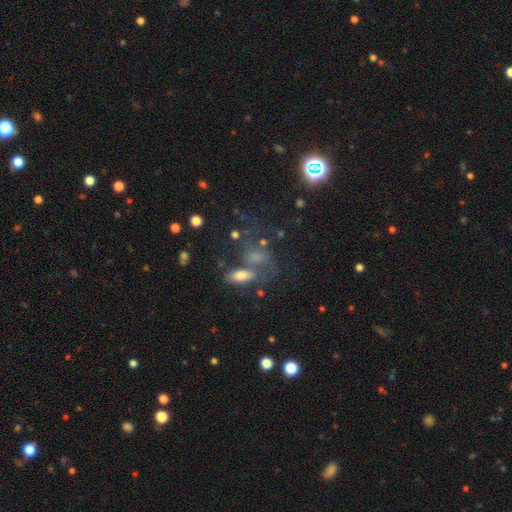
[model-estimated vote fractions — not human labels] smooth 52%, featured or disk 26%, star or artifact 21%. Down the decision tree: how rounded — in between (68%); merging — none (42%).